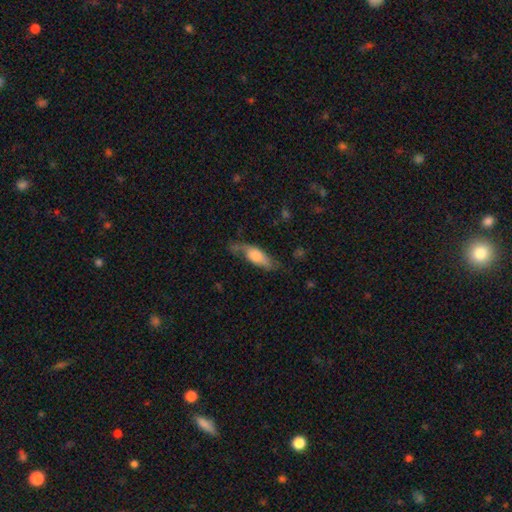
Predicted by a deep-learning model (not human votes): Smooth or featured: smooth — 55% (featured or disk — 39%)
How rounded: in between — 65% (cigar-shaped — 31%)
Merging: none — 48% (minor disturbance — 30%)